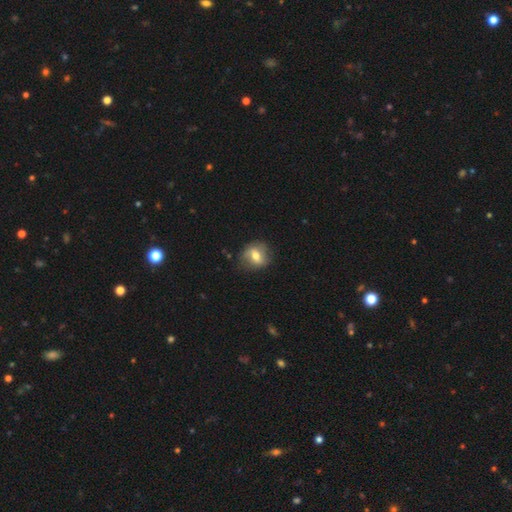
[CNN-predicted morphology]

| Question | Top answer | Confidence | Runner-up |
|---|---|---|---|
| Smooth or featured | smooth | 56% | featured or disk (36%) |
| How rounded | round | 63% | in between (35%) |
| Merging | none | 73% | minor disturbance (19%) |